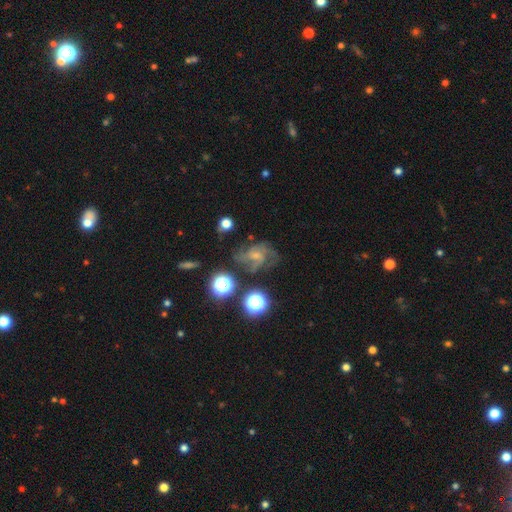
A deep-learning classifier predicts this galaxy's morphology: smooth_or_featured: featured or disk (p=0.61) [alt: smooth p=0.21]
disk_edge_on: no (p=0.97) [alt: yes p=0.03]
bar: no (p=0.61) [alt: weak p=0.33]
has_spiral_arms: yes (p=0.84) [alt: no p=0.16]
bulge_size: small (p=0.49) [alt: moderate p=0.31]
merging: none (p=0.48) [alt: major disturbance p=0.26]